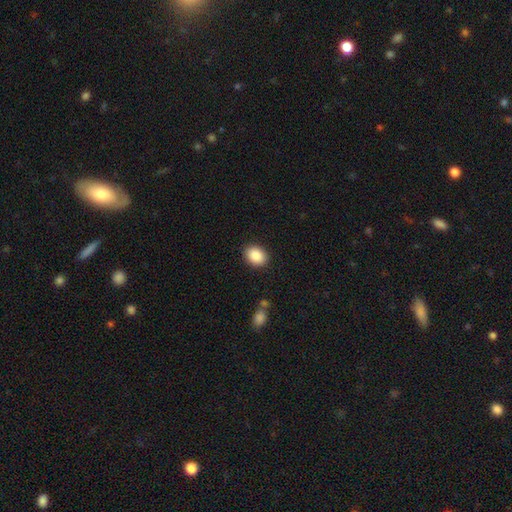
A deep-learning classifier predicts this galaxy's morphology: Smooth or featured?
  - smooth: 88% *
  - star or artifact: 7%
  - featured or disk: 4%
How rounded?
  - in between: 66% *
  - round: 33%
  - cigar-shaped: 1%
Merging?
  - none: 89% *
  - minor disturbance: 8%
  - major disturbance: 2%
  - merger: 1%